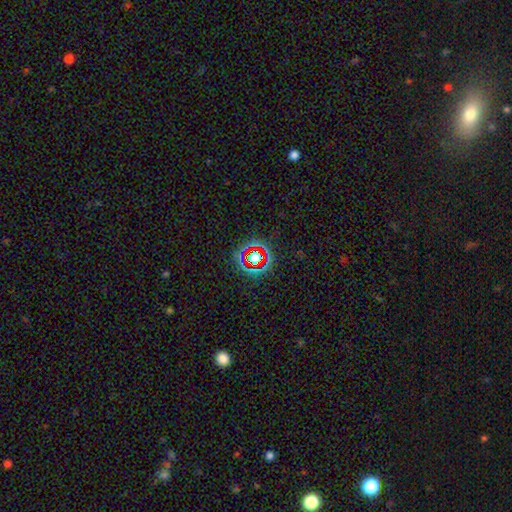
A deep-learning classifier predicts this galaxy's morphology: Overall: star or artifact (68%).